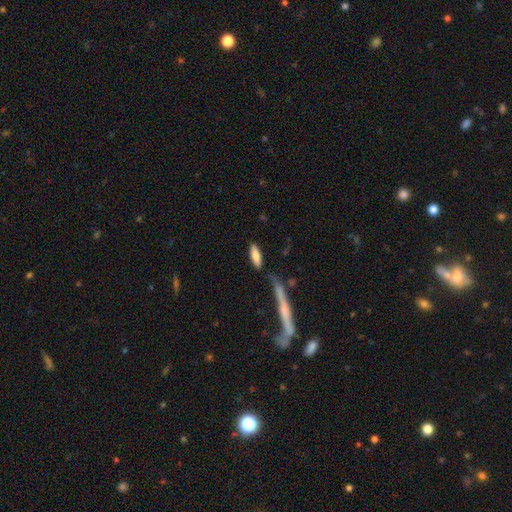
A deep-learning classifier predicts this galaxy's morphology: type=smooth (82%); roundness=in between (57%); merging=none (74%).